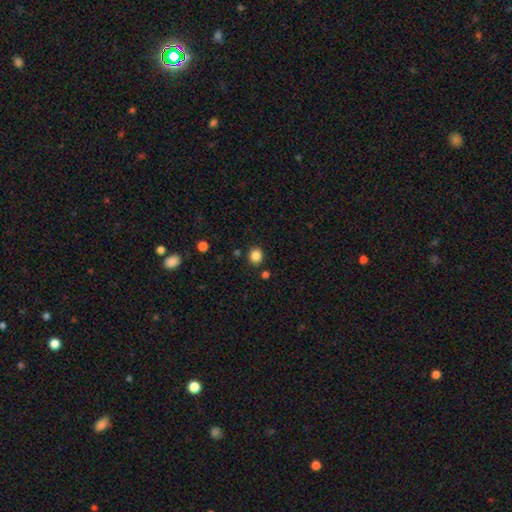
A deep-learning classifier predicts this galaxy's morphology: This is clearly a smooth galaxy (85%). How rounded: likely round (78%). Merging: clearly none (86%).